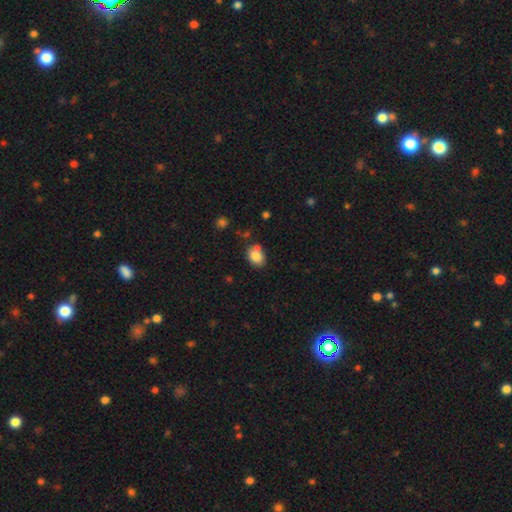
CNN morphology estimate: smooth_or_featured: smooth (p=0.82) [alt: star or artifact p=0.10]
how_rounded: in between (p=0.58) [alt: round p=0.41]
merging: none (p=0.59) [alt: merger p=0.20]